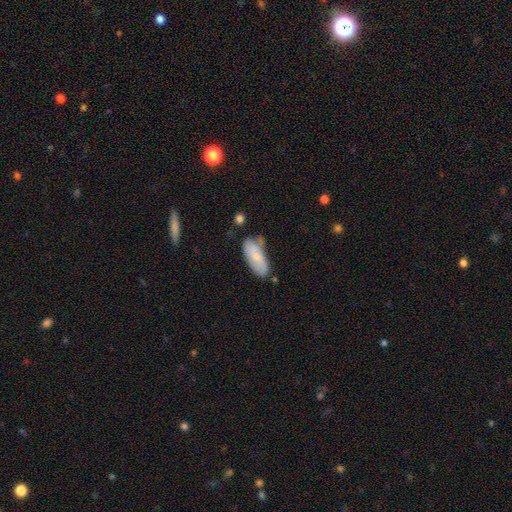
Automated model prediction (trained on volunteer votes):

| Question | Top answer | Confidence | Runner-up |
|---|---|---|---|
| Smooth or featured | smooth | 74% | featured or disk (20%) |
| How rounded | in between | 84% | cigar-shaped (14%) |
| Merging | none | 48% | minor disturbance (33%) |